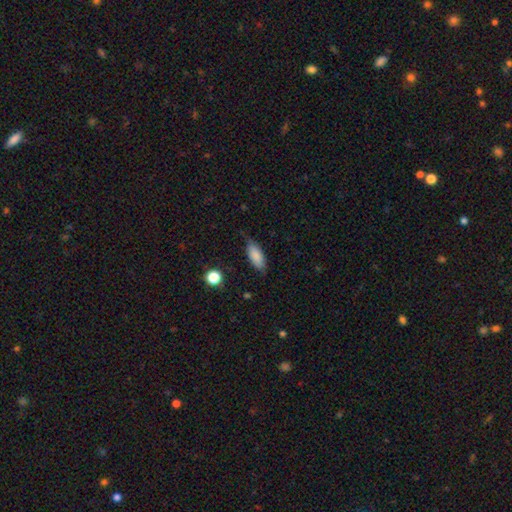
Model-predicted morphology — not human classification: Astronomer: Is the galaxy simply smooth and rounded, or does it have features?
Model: smooth — 84%.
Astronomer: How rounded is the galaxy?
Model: in between — 82%.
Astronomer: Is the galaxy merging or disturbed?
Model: none — 74%.